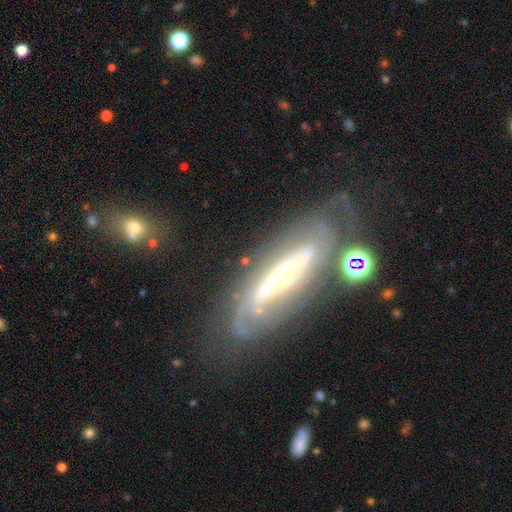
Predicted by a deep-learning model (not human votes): Smooth or featured? featured or disk (81%)
Edge-on disk? no (70%)
Bar? strong (47%)
Spiral arms? yes (84%)
Bulge size? small (49%)
Merging? none (69%)